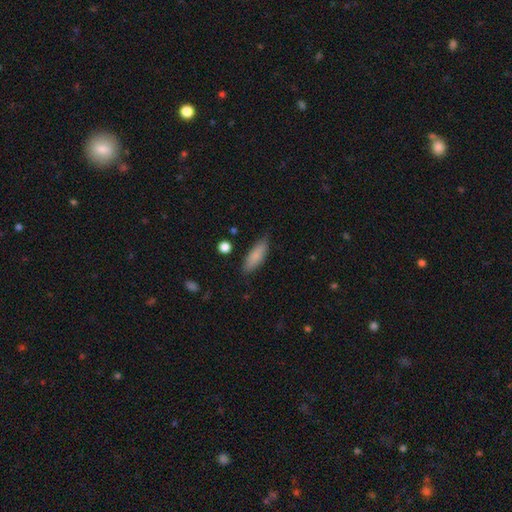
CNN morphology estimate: Smooth or featured?
  - smooth: 83% *
  - featured or disk: 11%
  - star or artifact: 6%
How rounded?
  - in between: 56% *
  - cigar-shaped: 42%
  - round: 2%
Merging?
  - none: 83% *
  - minor disturbance: 13%
  - major disturbance: 3%
  - merger: 2%